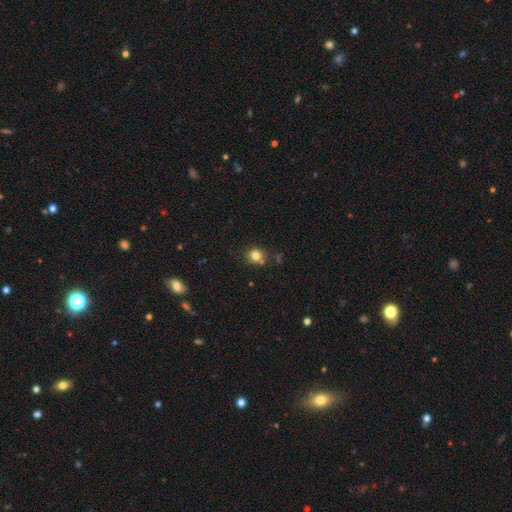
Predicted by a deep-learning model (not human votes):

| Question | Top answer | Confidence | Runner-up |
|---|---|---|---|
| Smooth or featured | smooth | 80% | star or artifact (13%) |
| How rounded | round | 87% | in between (12%) |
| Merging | none | 78% | minor disturbance (11%) |